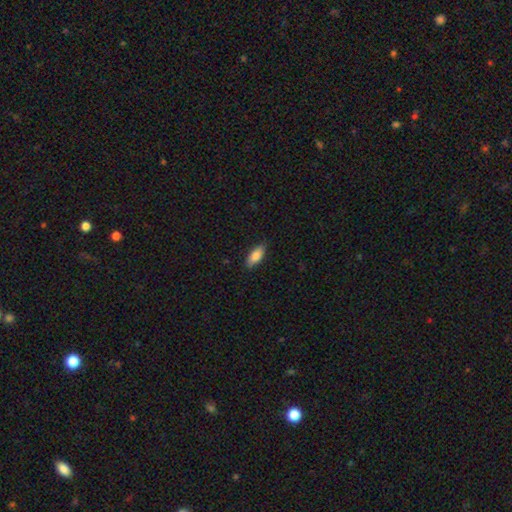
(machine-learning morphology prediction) A smooth galaxy with no disk features (82%) that is in between round and cigar-shaped (79%). Merging: none (85%).